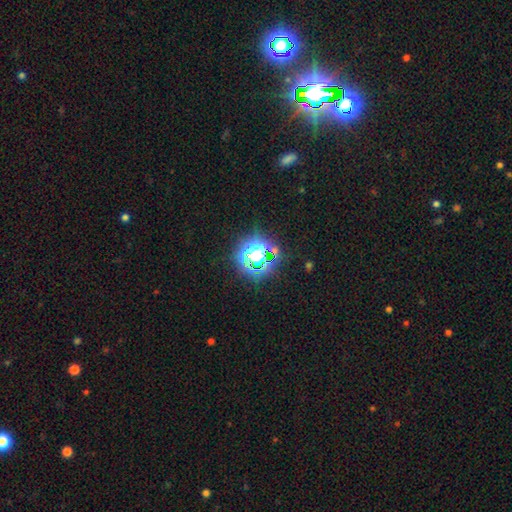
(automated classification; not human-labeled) A star or artifact, not a galaxy (60%).